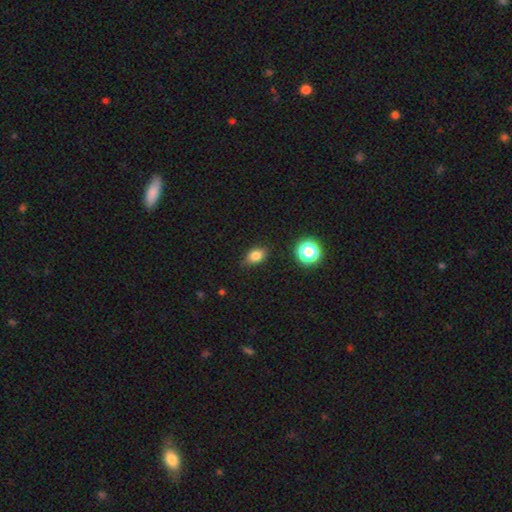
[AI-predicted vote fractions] A smooth galaxy with no disk features (81%) that is in between round and cigar-shaped (77%). Merging: none (79%).